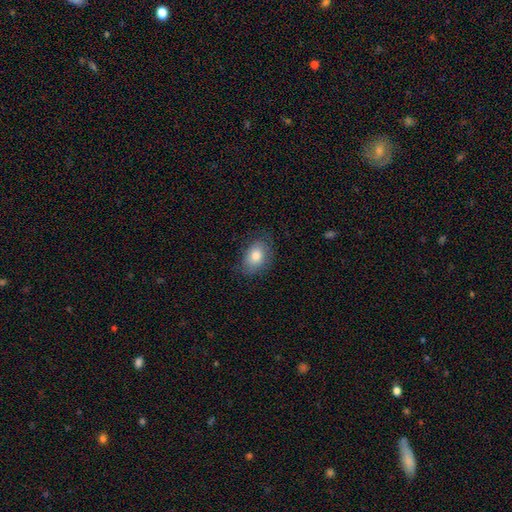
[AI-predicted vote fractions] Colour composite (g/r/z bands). It shows a smooth galaxy with no disk features (78%) that is in between round and cigar-shaped (80%). Merging: none (75%).